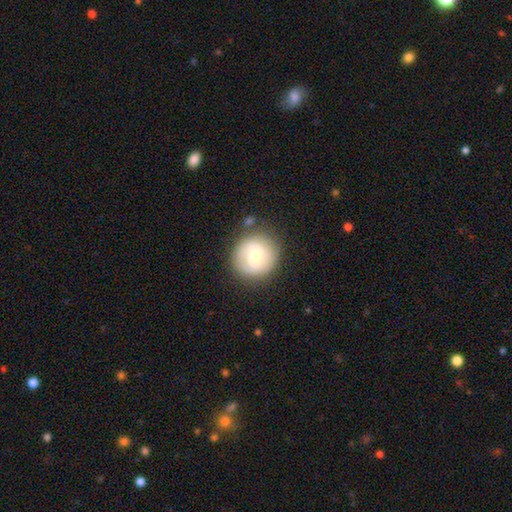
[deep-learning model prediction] Smooth or featured? Predicted: featured or disk (p=0.52). Edge-on disk? Predicted: no (p=0.98). Bar? Predicted: no (p=0.50). Spiral arms? Predicted: yes (p=0.82). Bulge size? Predicted: moderate (p=0.54). Merging? Predicted: none (p=0.80).